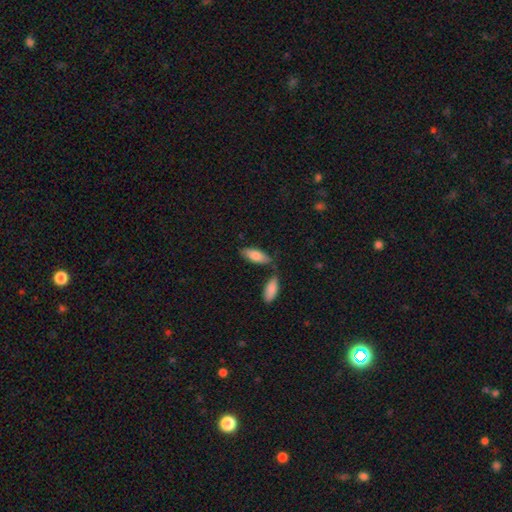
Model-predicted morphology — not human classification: This appears to be a smooth galaxy with no disk features (83%) that is in between round and cigar-shaped (76%). Merging: none (65%).